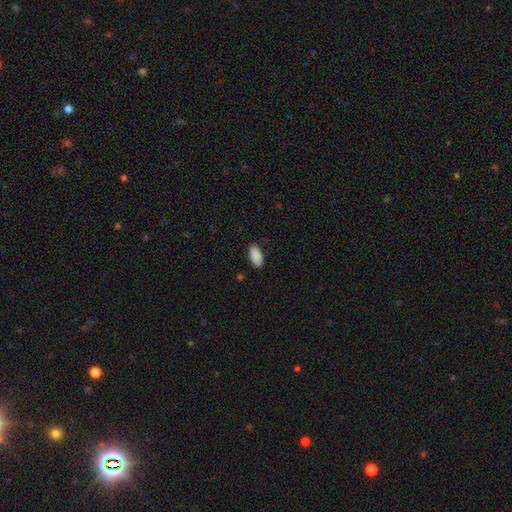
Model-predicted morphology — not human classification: smooth-or-featured: smooth: 90% | star or artifact: 7% | featured or disk: 3%
  how-rounded: in between: 93% | cigar-shaped: 6% | round: 2%
  merging: none: 87% | minor disturbance: 10% | major disturbance: 2% | merger: 1%